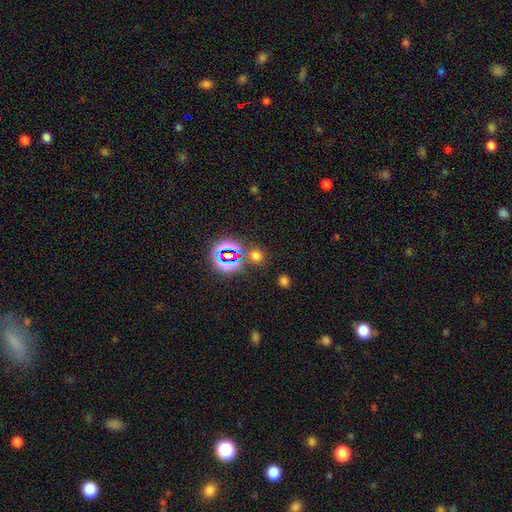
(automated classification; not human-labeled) Smooth or featured? Predicted: smooth (p=0.56). How rounded? Predicted: round (p=0.81). Merging? Predicted: none (p=0.78).